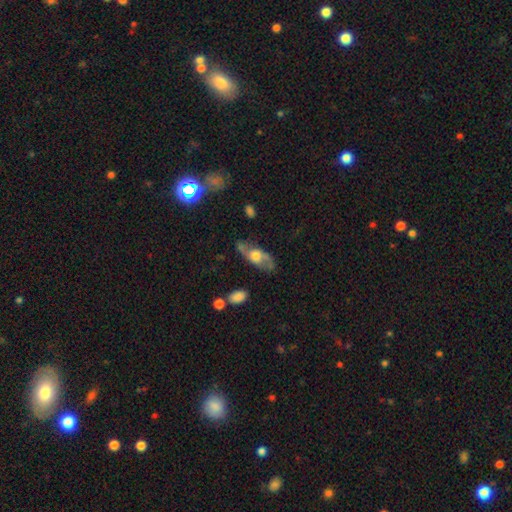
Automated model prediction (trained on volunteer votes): smooth_or_featured: featured or disk (p=0.59) [alt: smooth p=0.34]
disk_edge_on: no (p=0.73) [alt: yes p=0.27]
merging: none (p=0.64) [alt: minor disturbance p=0.22]